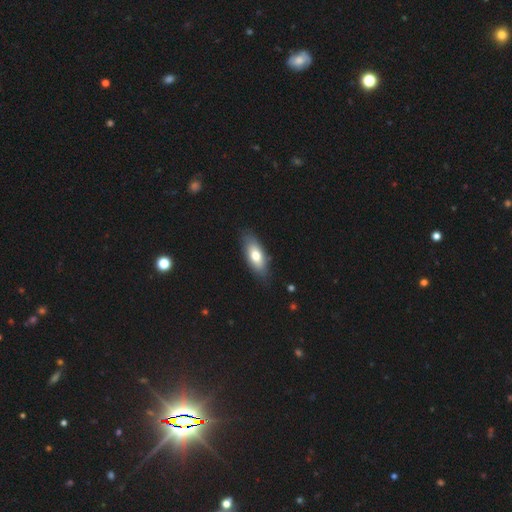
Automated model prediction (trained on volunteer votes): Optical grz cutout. It shows a smooth galaxy with no disk features (71%) that is in between round and cigar-shaped (80%). Merging: none (83%).